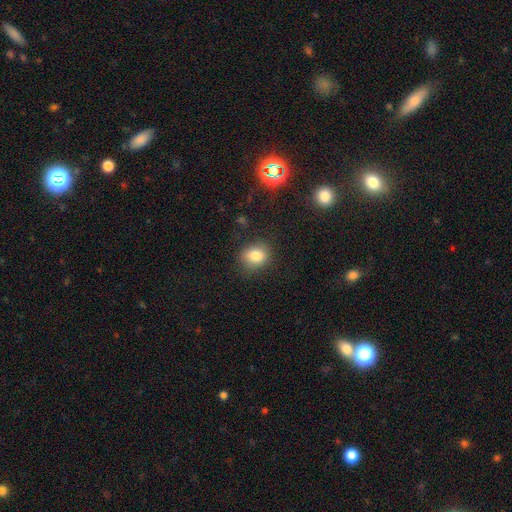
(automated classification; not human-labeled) This appears to be a smooth galaxy with no disk features (81%) that is round (57%). Merging: none (81%).